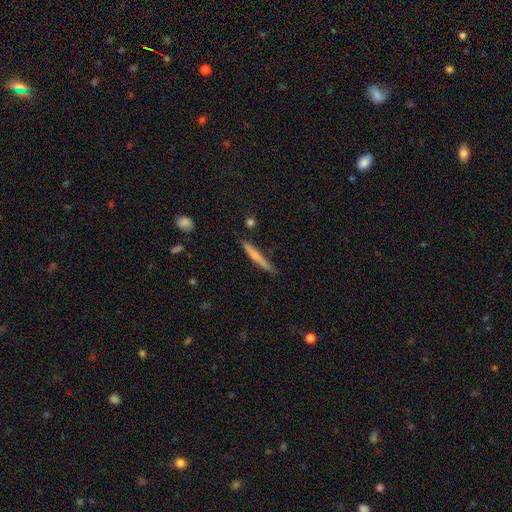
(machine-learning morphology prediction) A smooth galaxy with no disk features (56%) that is cigar-shaped (95%).

Vote fractions:
- Smooth or featured? smooth: 56% / featured or disk: 38% / star or artifact: 6%
- How rounded? cigar-shaped: 95% / in between: 3% / round: 2%
- Merging? none: 83% / minor disturbance: 13% / major disturbance: 2% / merger: 2%